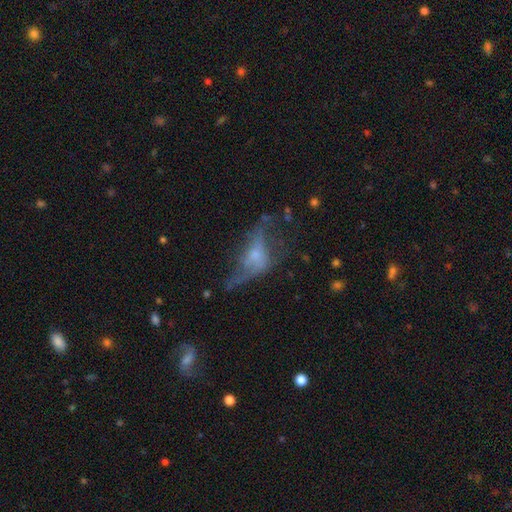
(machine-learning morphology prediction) type=featured or disk (59%); edge-on=no (78%); merging=major disturbance (44%).